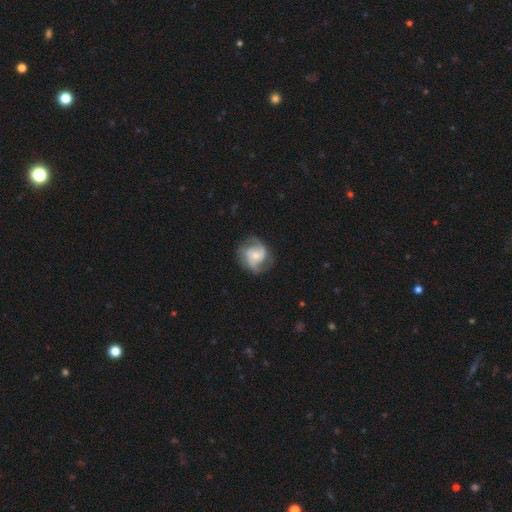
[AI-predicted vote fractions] featured or disk 78%, smooth 16%, star or artifact 6%. Down the decision tree: edge-on disk — no (98%); bar — no (54%); spiral arms — yes (94%); spiral arm count — 2 (58%); spiral winding — medium (50%); bulge size — small (52%); merging — none (70%).